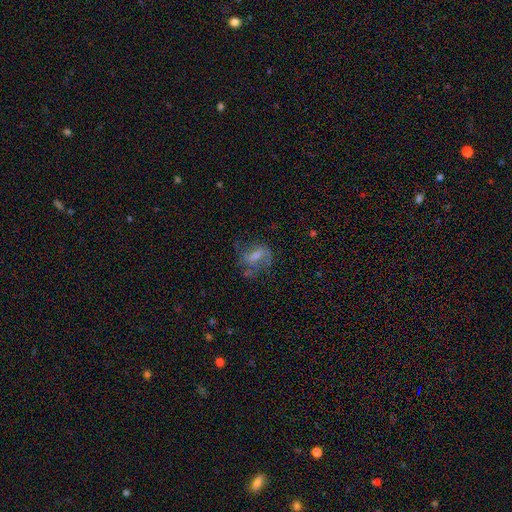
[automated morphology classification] This is possibly a featured or disk galaxy (49%). Merging: marginally none (44%).